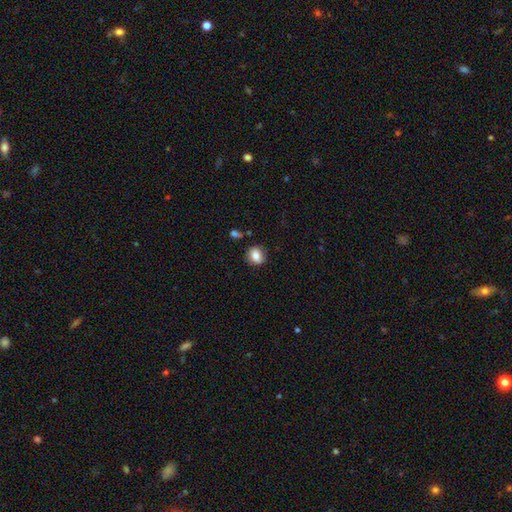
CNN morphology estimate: smooth_or_featured: smooth (p=0.81) [alt: featured or disk p=0.10]
how_rounded: round (p=0.60) [alt: in between p=0.39]
merging: none (p=0.82) [alt: minor disturbance p=0.12]